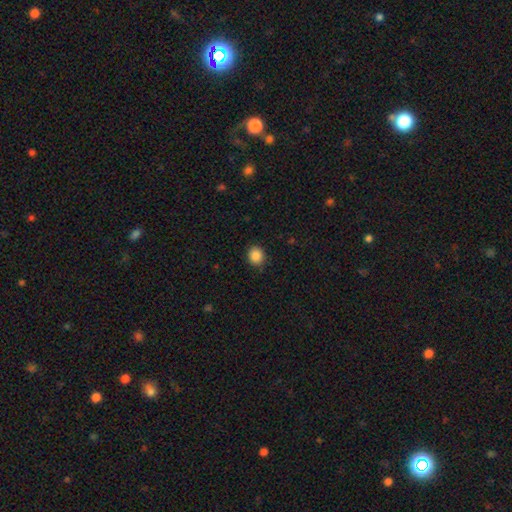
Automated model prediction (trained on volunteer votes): The model was most divided on "how rounded": round: 81%, in between: 18%, cigar-shaped: 1%. More confident: merging — none (90%); smooth or featured — smooth (87%).